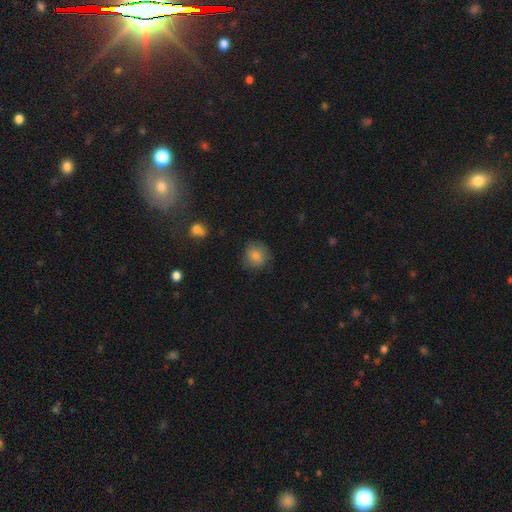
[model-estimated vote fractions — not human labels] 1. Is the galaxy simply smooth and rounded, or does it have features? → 81% smooth, 10% featured or disk, 9% star or artifact.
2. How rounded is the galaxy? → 87% round, 12% in between, 1% cigar-shaped.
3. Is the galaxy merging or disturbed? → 78% none, 16% minor disturbance, 5% major disturbance, 1% merger.